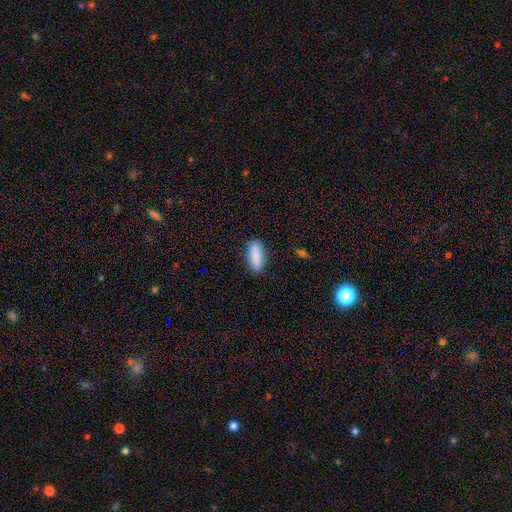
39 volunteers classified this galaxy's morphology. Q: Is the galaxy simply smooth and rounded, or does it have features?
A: smooth — 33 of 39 (85%).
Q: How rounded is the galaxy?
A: cigar-shaped — 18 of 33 (55%).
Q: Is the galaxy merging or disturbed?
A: none — 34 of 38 (89%).